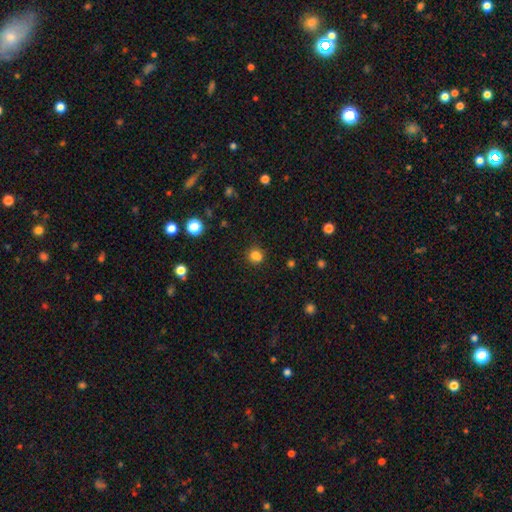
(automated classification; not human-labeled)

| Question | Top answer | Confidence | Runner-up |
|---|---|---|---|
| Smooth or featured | smooth | 80% | star or artifact (15%) |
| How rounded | round | 75% | in between (24%) |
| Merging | none | 73% | minor disturbance (15%) |